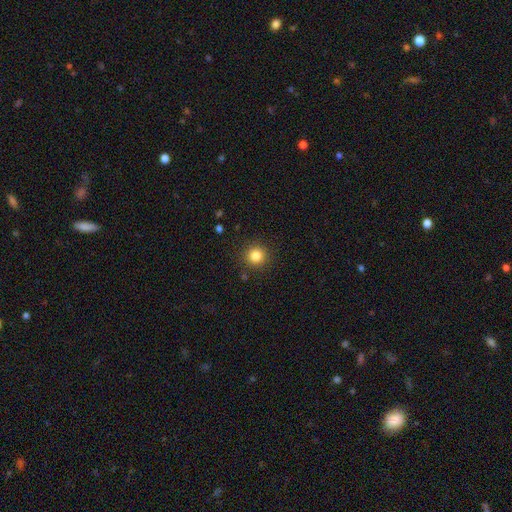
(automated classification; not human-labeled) Smooth or featured? Predicted: smooth (p=0.84). How rounded? Predicted: round (p=0.94). Merging? Predicted: none (p=0.90).